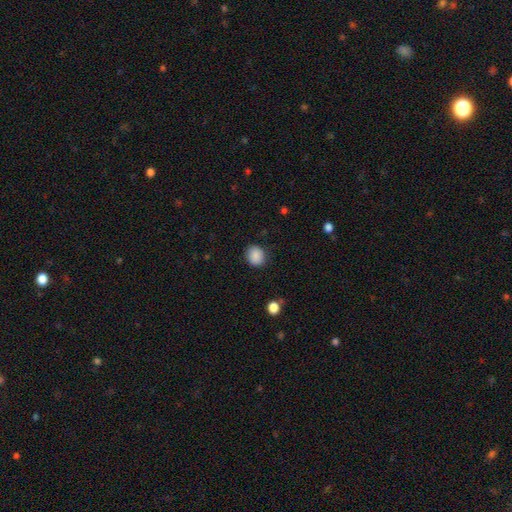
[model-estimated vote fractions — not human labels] smooth-or-featured: smooth: 88% | star or artifact: 9% | featured or disk: 3%
  how-rounded: round: 66% | in between: 34% | cigar-shaped: 1%
  merging: none: 85% | minor disturbance: 11% | major disturbance: 3% | merger: 1%